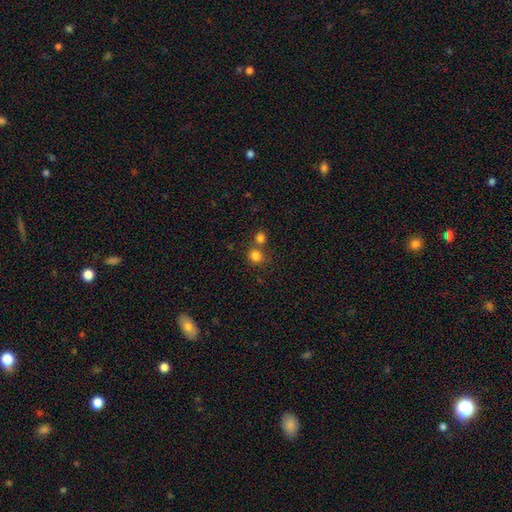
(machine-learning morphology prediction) Smooth or featured?
  - smooth: 80% *
  - star or artifact: 14%
  - featured or disk: 6%
How rounded?
  - round: 88% *
  - in between: 11%
  - cigar-shaped: 1%
Merging?
  - none: 60% *
  - merger: 30%
  - minor disturbance: 7%
  - major disturbance: 3%